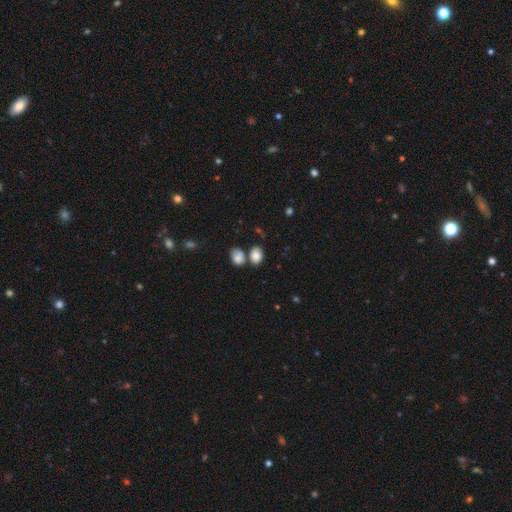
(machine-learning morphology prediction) A smooth galaxy with no disk features (84%) that is in between round and cigar-shaped (71%). Merging: none (55%).